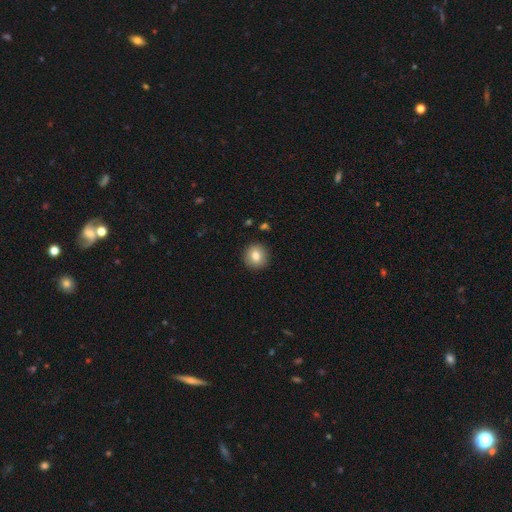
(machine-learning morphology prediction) smooth_or_featured: smooth (p=0.82) [alt: featured or disk p=0.09]
how_rounded: round (p=0.92) [alt: in between p=0.07]
merging: none (p=0.91) [alt: minor disturbance p=0.06]